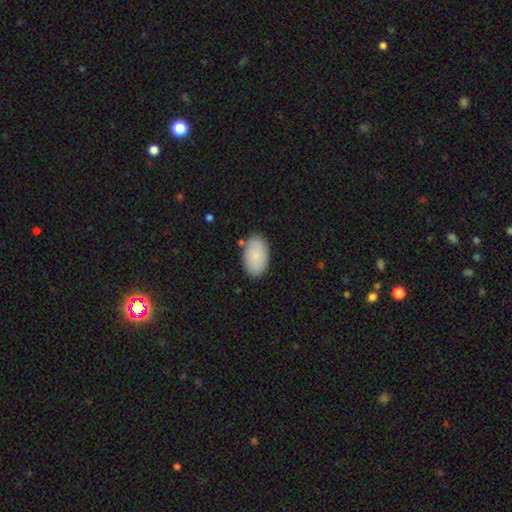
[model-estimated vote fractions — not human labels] Smooth or featured: smooth — 85% (featured or disk — 9%)
How rounded: in between — 94% (round — 5%)
Merging: none — 82% (minor disturbance — 13%)